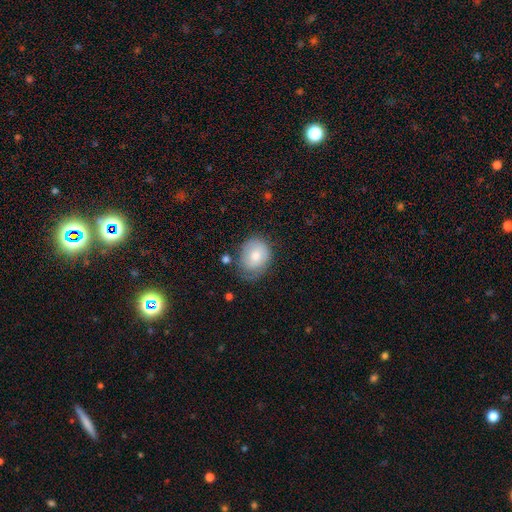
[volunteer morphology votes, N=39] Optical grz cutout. It shows a smooth galaxy with no disk features (79%) that is round (68%). Merging: none (45%).